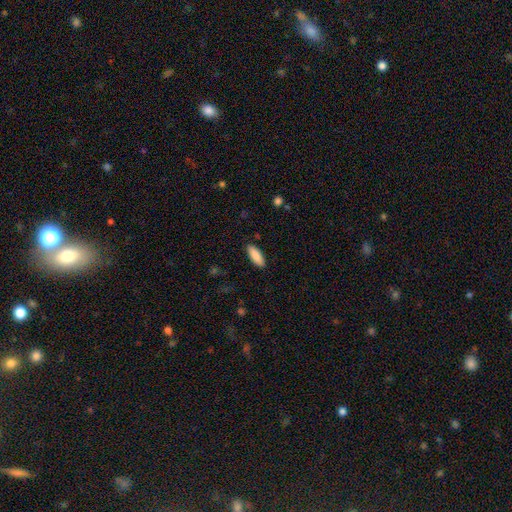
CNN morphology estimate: Smooth or featured? smooth (89%)
How rounded? in between (73%)
Merging? none (89%)